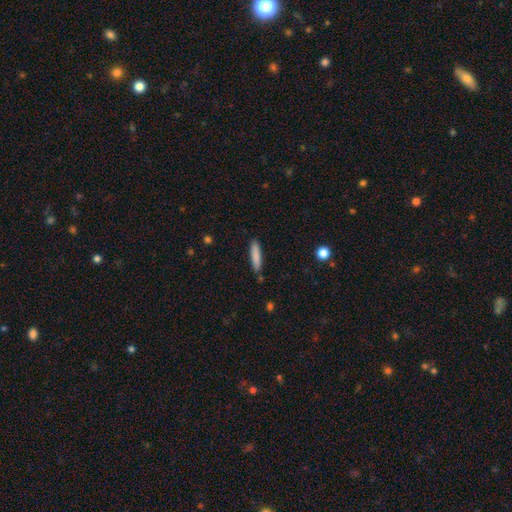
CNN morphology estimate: Smooth or featured: smooth — 83% (featured or disk — 10%)
How rounded: cigar-shaped — 86% (in between — 13%)
Merging: none — 84% (minor disturbance — 11%)